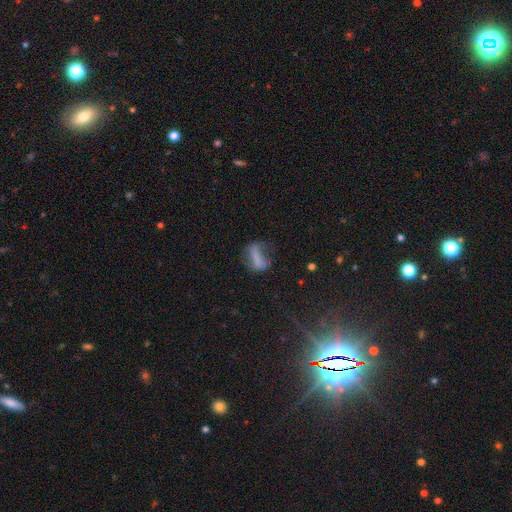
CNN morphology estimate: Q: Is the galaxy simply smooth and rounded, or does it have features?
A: smooth — 53%.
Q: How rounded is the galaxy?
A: in between — 68%.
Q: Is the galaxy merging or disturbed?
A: major disturbance — 36%.